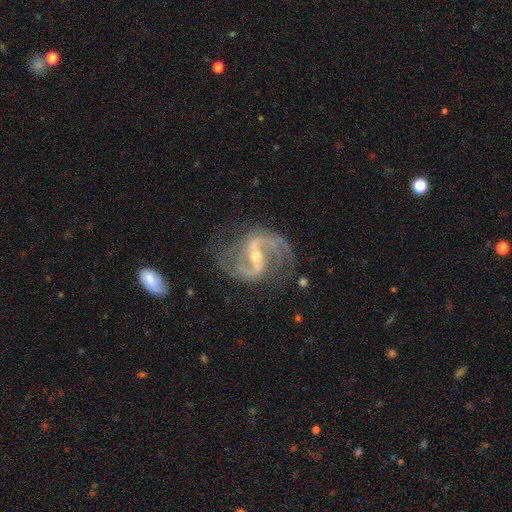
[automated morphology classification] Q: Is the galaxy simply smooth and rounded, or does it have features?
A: featured or disk — 93%.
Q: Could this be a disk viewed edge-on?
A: no — 98%.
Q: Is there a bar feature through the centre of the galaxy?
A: strong — 49%.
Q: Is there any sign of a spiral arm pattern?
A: yes — 98%.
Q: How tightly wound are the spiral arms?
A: medium — 59%.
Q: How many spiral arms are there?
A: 2 — 89%.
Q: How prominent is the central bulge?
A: small — 53%.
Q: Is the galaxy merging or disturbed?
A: none — 71%.